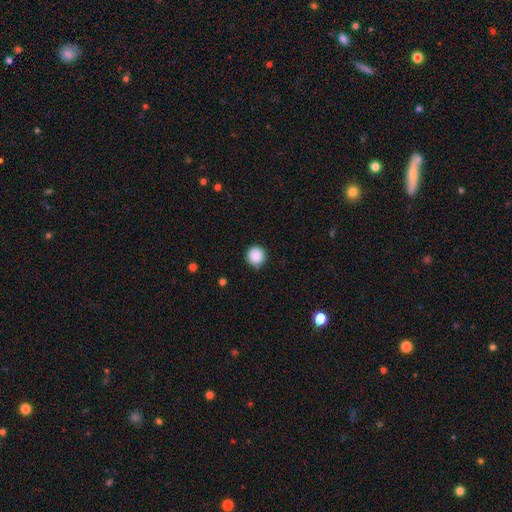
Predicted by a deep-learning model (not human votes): smooth_or_featured: smooth (p=0.89) [alt: star or artifact p=0.09]
how_rounded: round (p=0.95) [alt: in between p=0.04]
merging: none (p=0.89) [alt: minor disturbance p=0.08]